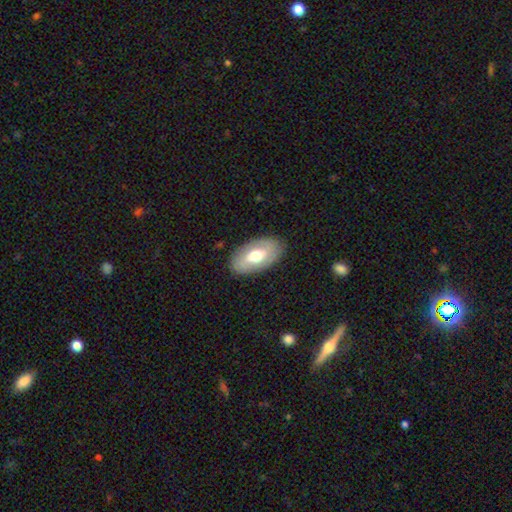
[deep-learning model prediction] Smooth or featured?
  - smooth: 51% *
  - featured or disk: 44%
  - star or artifact: 6%
How rounded?
  - in between: 93% *
  - round: 4%
  - cigar-shaped: 3%
Merging?
  - none: 85% *
  - minor disturbance: 11%
  - major disturbance: 3%
  - merger: 1%